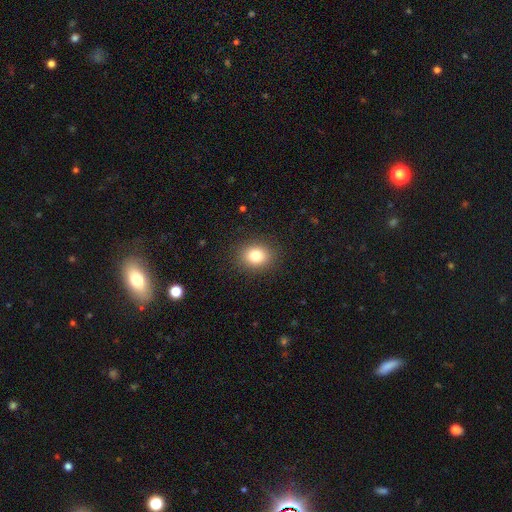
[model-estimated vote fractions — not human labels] smooth-or-featured: smooth: 81% | star or artifact: 11% | featured or disk: 8%
  how-rounded: round: 60% | in between: 39% | cigar-shaped: 1%
  merging: none: 89% | minor disturbance: 7% | major disturbance: 3% | merger: 1%